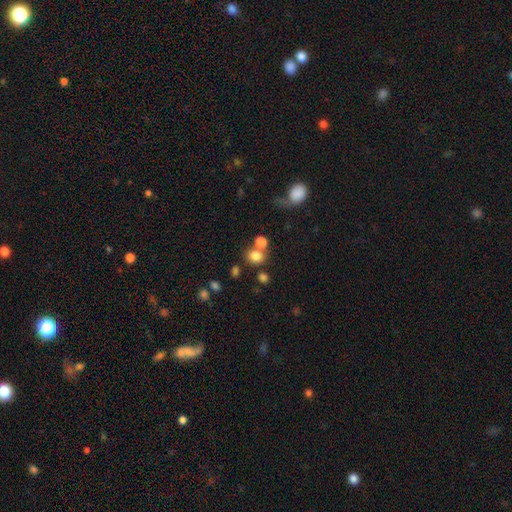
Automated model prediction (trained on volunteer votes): Smooth or featured? smooth (80%)
How rounded? round (65%)
Merging? none (58%)